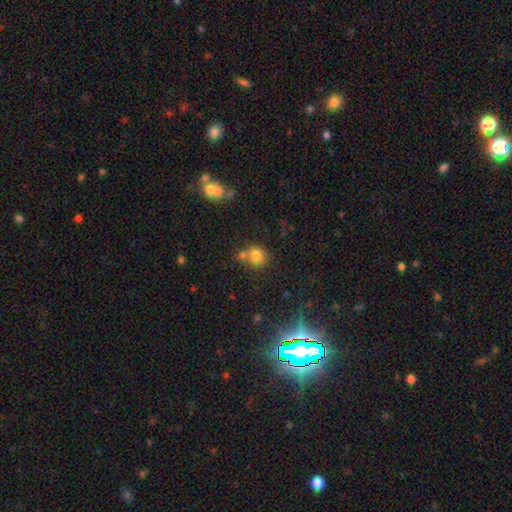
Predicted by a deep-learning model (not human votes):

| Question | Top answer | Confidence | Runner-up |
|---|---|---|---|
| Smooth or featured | smooth | 77% | star or artifact (14%) |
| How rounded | round | 79% | in between (20%) |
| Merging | none | 53% | merger (32%) |